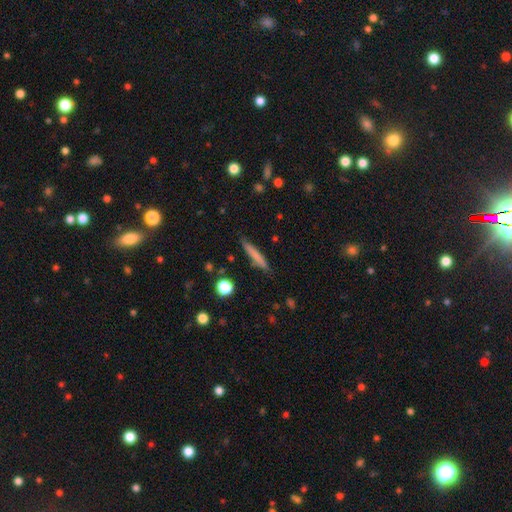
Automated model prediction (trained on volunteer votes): The model was most divided on "smooth or featured": smooth: 74%, featured or disk: 19%, star or artifact: 7%. More confident: how rounded — cigar-shaped (93%); merging — none (86%).